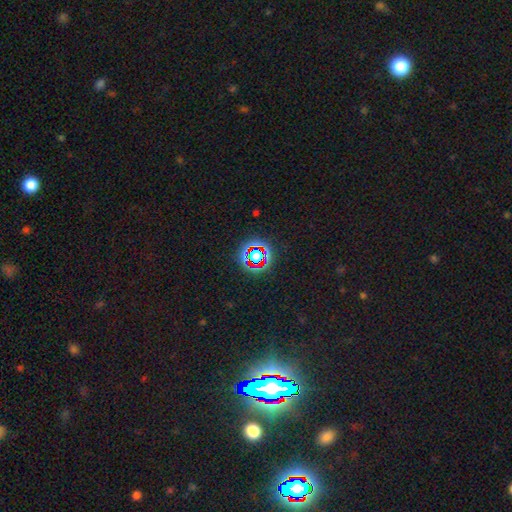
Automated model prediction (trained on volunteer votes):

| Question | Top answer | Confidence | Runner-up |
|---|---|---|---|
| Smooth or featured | star or artifact | 69% | smooth (20%) |